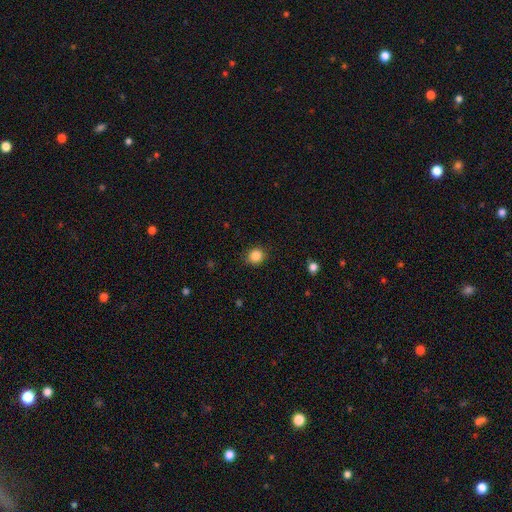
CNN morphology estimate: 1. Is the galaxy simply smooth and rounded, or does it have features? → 86% smooth, 10% star or artifact, 4% featured or disk.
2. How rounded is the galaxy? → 81% round, 18% in between, 1% cigar-shaped.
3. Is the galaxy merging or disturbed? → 88% none, 9% minor disturbance, 2% major disturbance, 1% merger.